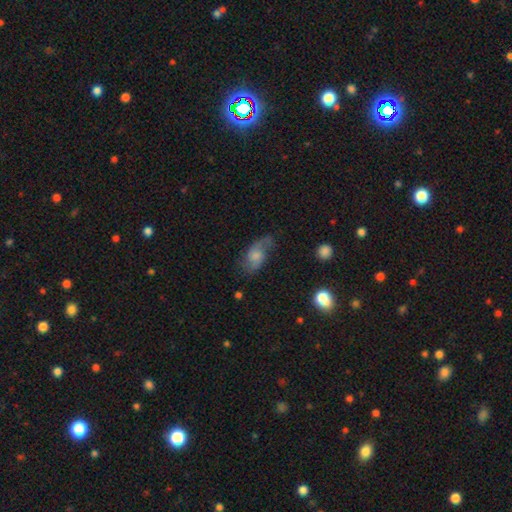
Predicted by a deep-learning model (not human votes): This appears to be a featured or disk galaxy (48%). Merging: none (52%).